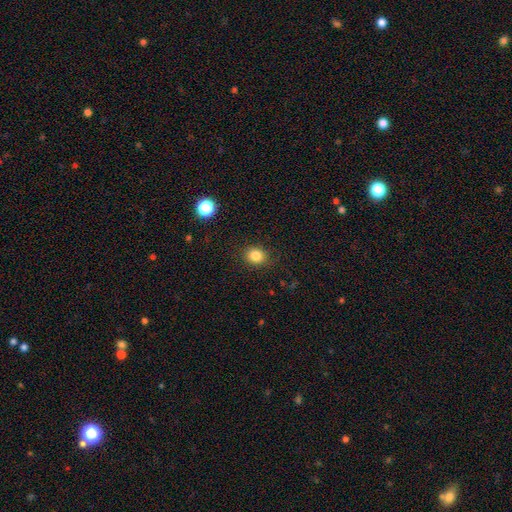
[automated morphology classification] This is clearly a smooth galaxy (84%). How rounded: likely round (66%). Merging: clearly none (87%).